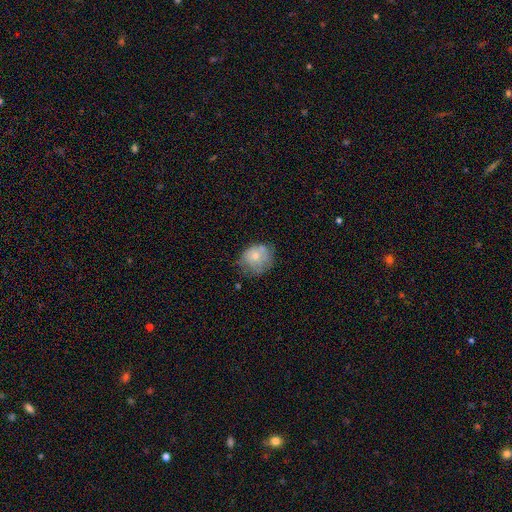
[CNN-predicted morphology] Smooth or featured? smooth (66%)
How rounded? round (70%)
Merging? none (48%)